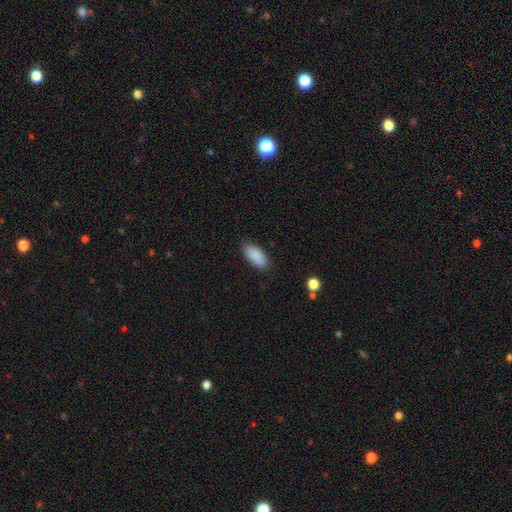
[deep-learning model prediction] Q: Smooth or featured?
A: smooth (89%); runner-up: star or artifact (7%)
Q: How rounded?
A: in between (89%); runner-up: cigar-shaped (9%)
Q: Merging?
A: none (85%); runner-up: minor disturbance (11%)